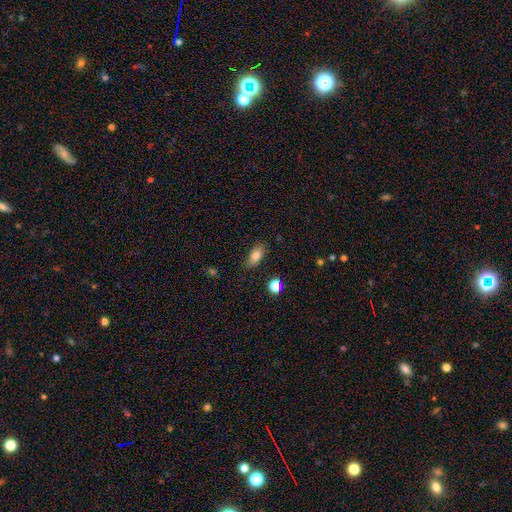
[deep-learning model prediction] This is clearly a smooth galaxy (82%). How rounded: clearly in between (86%). Merging: clearly none (82%).